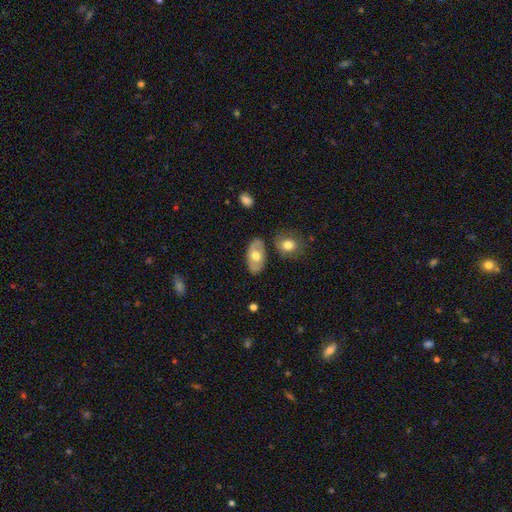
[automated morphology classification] smooth-or-featured: smooth: 57% | featured or disk: 37% | star or artifact: 6%
  how-rounded: in between: 92% | round: 6% | cigar-shaped: 2%
  merging: none: 77% | minor disturbance: 13% | merger: 7% | major disturbance: 3%